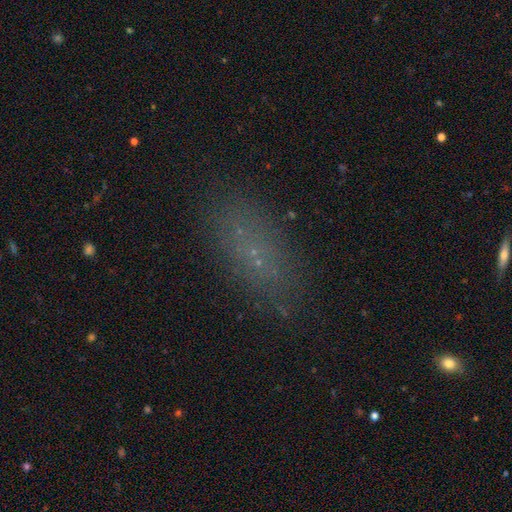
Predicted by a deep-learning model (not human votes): Smooth or featured?
  - smooth: 59% *
  - star or artifact: 22%
  - featured or disk: 19%
How rounded?
  - in between: 76% *
  - cigar-shaped: 18%
  - round: 6%
Merging?
  - none: 76% *
  - minor disturbance: 15%
  - major disturbance: 6%
  - merger: 3%